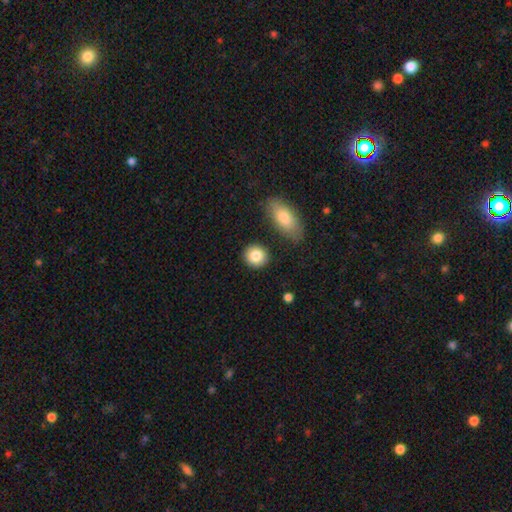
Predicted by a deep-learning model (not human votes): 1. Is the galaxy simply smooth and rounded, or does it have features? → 85% smooth, 8% featured or disk, 7% star or artifact.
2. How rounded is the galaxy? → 83% round, 15% in between, 1% cigar-shaped.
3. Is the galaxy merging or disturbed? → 86% none, 8% minor disturbance, 4% merger, 2% major disturbance.